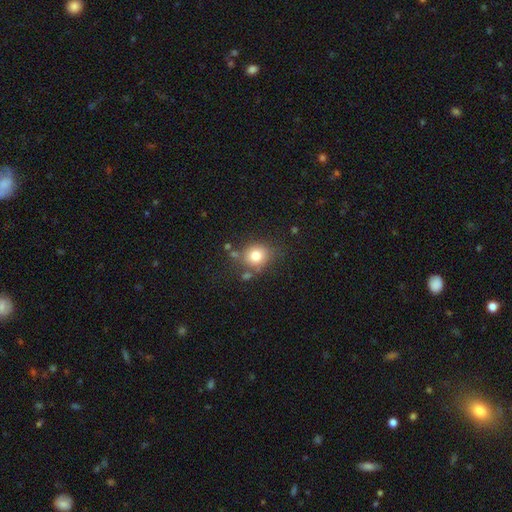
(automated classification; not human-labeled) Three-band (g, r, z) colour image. It shows a smooth galaxy with no disk features (79%) that is round (78%). Merging: none (70%).